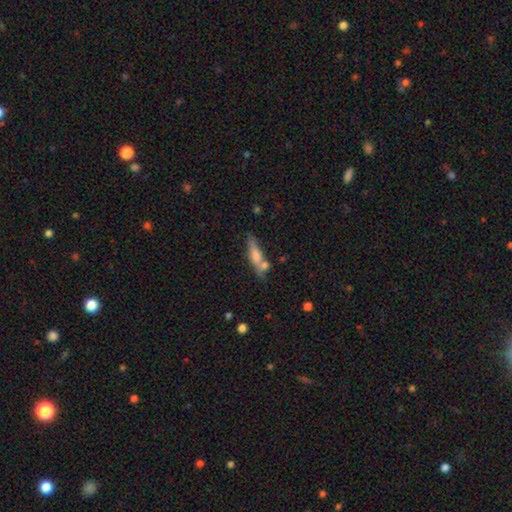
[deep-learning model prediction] Q: Smooth or featured?
A: smooth (58%); runner-up: featured or disk (35%)
Q: How rounded?
A: cigar-shaped (76%); runner-up: in between (22%)
Q: Merging?
A: none (64%); runner-up: minor disturbance (16%)